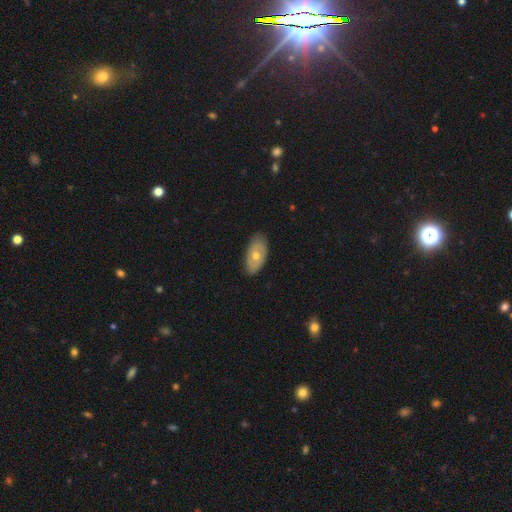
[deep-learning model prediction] Smooth or featured?
  - smooth: 54% *
  - featured or disk: 39%
  - star or artifact: 7%
How rounded?
  - in between: 92% *
  - round: 4%
  - cigar-shaped: 3%
Merging?
  - none: 84% *
  - minor disturbance: 13%
  - major disturbance: 2%
  - merger: 1%